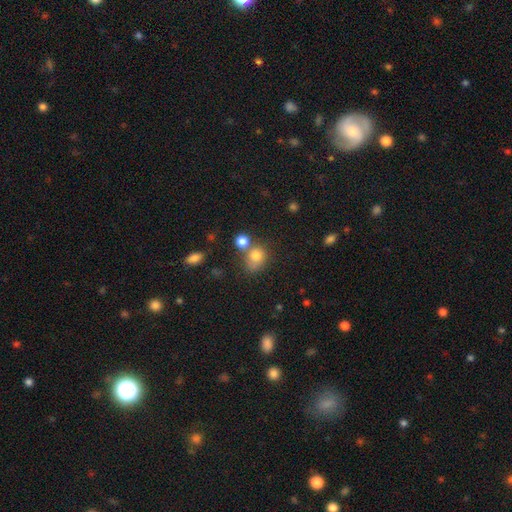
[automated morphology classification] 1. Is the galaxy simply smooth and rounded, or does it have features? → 78% smooth, 12% star or artifact, 10% featured or disk.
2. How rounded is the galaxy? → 67% round, 32% in between, 1% cigar-shaped.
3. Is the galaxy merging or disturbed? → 44% none, 36% merger, 13% minor disturbance, 7% major disturbance.